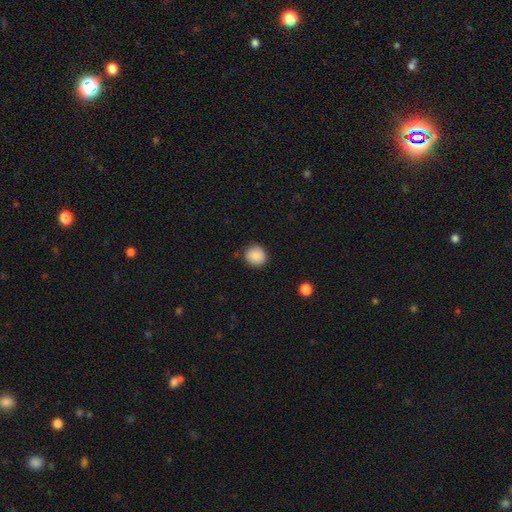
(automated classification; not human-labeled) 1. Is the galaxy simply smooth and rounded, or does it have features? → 88% smooth, 8% star or artifact, 4% featured or disk.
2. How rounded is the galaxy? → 90% round, 9% in between, 1% cigar-shaped.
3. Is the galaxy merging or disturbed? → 88% none, 8% minor disturbance, 2% major disturbance, 1% merger.